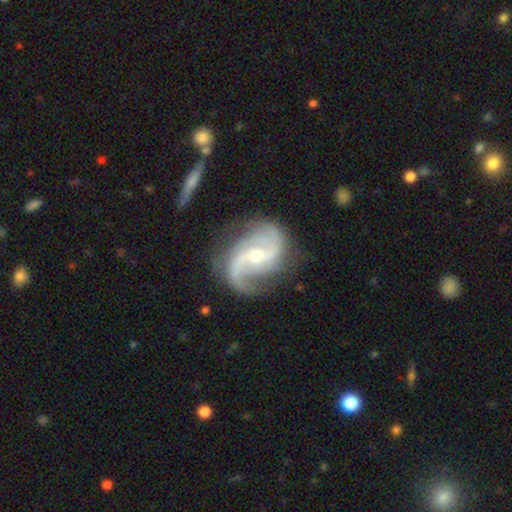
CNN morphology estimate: The model was most divided on "bar": weak: 44%, no: 34%, strong: 21%. More confident: spiral arms — yes (98%); edge-on disk — no (98%); smooth or featured — featured or disk (92%); merging — none (72%); spiral arm count — 2 (66%); bulge size — moderate (54%); spiral winding — medium (51%).